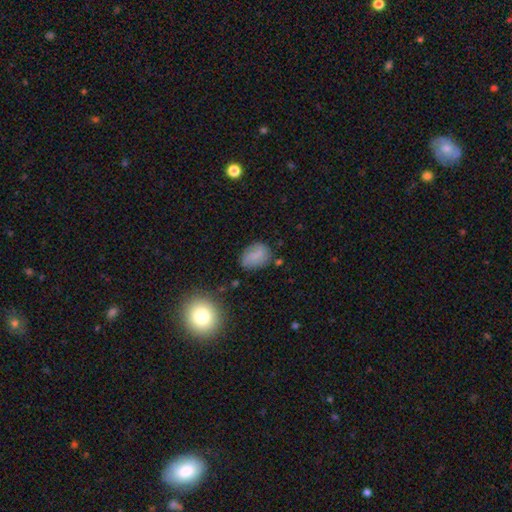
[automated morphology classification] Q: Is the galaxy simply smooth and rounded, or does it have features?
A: smooth — 75%.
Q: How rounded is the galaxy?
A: in between — 69%.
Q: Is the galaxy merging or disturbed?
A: none — 68%.